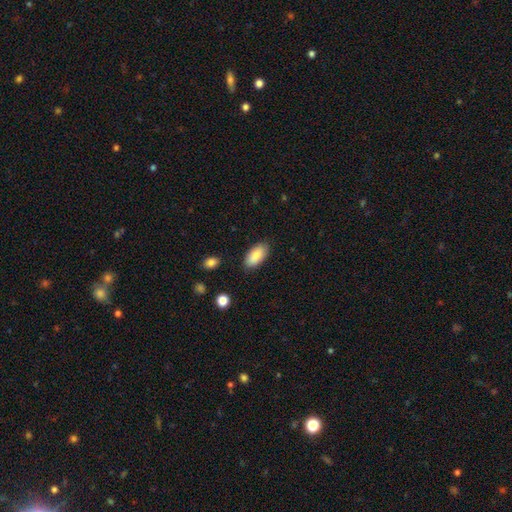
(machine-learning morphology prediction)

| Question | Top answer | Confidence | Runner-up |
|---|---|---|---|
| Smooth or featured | smooth | 86% | featured or disk (7%) |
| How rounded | in between | 91% | cigar-shaped (7%) |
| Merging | none | 85% | minor disturbance (11%) |